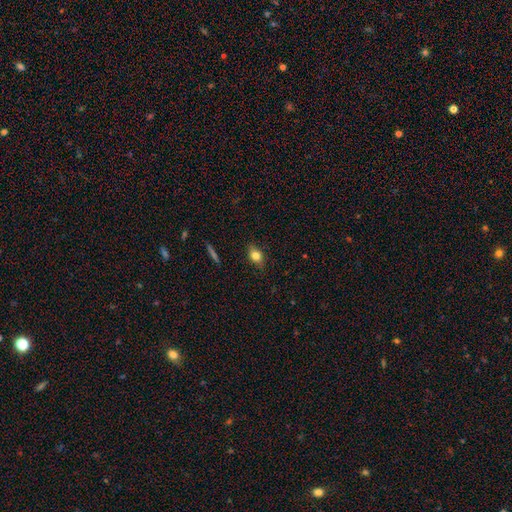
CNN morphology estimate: smooth 77%, featured or disk 14%, star or artifact 10%. Down the decision tree: how rounded — in between (70%); merging — none (82%).